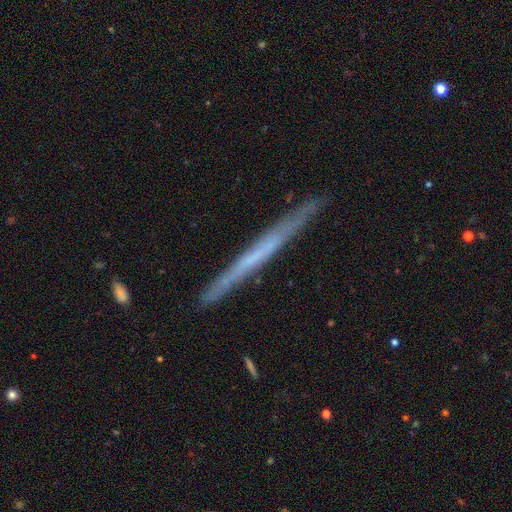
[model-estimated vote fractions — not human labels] featured or disk 59%, smooth 34%, star or artifact 7%. Down the decision tree: edge-on disk — yes (96%); edge-on bulge — none (89%); merging — none (89%).